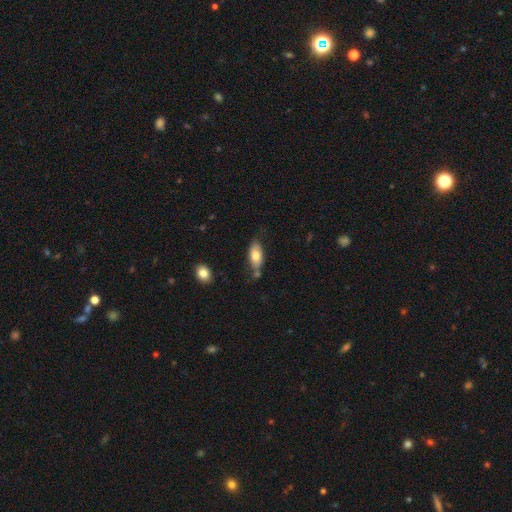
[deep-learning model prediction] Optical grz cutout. It shows a smooth galaxy with no disk features (73%) that is in between round and cigar-shaped (86%). Merging: none (63%).